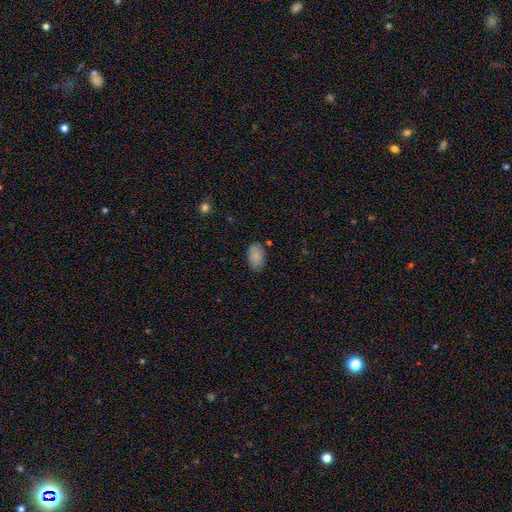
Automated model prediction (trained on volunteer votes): A smooth galaxy with no disk features (85%) that is in between round and cigar-shaped (92%).

Vote fractions:
- Smooth or featured? smooth: 85% / featured or disk: 8% / star or artifact: 7%
- How rounded? in between: 92% / round: 7% / cigar-shaped: 2%
- Merging? none: 80% / minor disturbance: 15% / major disturbance: 3% / merger: 2%